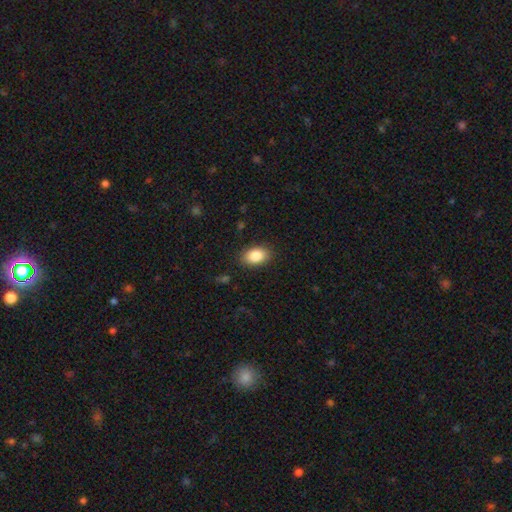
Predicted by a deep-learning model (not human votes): Smooth or featured? Predicted: smooth (p=0.86). How rounded? Predicted: in between (p=0.87). Merging? Predicted: none (p=0.87).